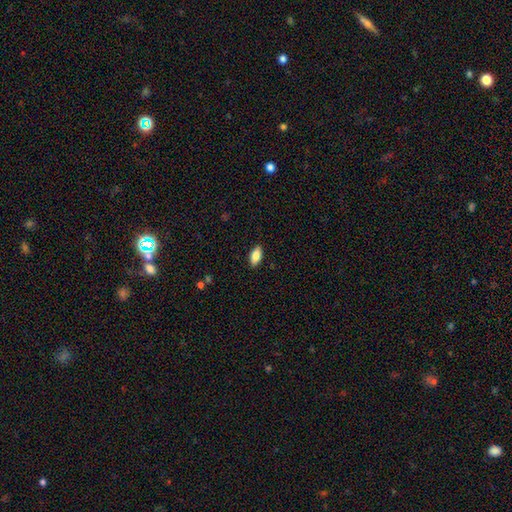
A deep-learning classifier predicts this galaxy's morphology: This is clearly a smooth galaxy (84%). How rounded: clearly in between (89%). Merging: clearly none (88%).